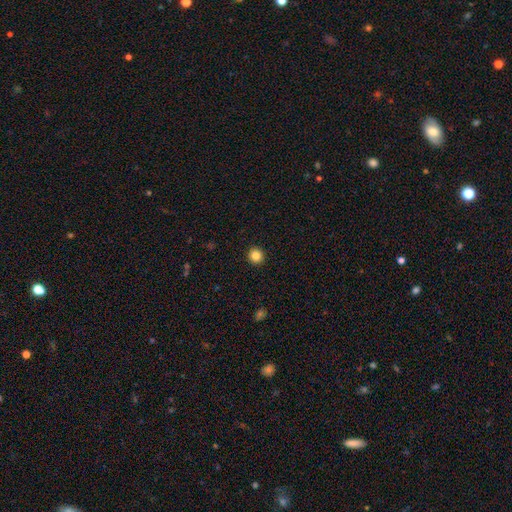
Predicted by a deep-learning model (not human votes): This is clearly a smooth galaxy (84%). How rounded: clearly round (95%). Merging: clearly none (94%).